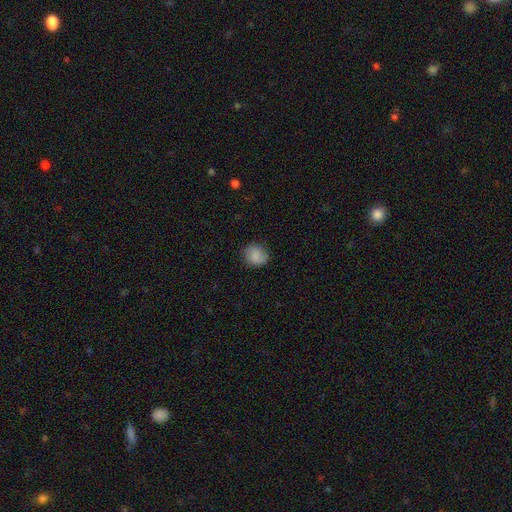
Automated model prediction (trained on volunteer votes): Smooth or featured?
  - smooth: 84% *
  - star or artifact: 8%
  - featured or disk: 8%
How rounded?
  - round: 73% *
  - in between: 26%
  - cigar-shaped: 1%
Merging?
  - none: 83% *
  - minor disturbance: 13%
  - major disturbance: 3%
  - merger: 1%